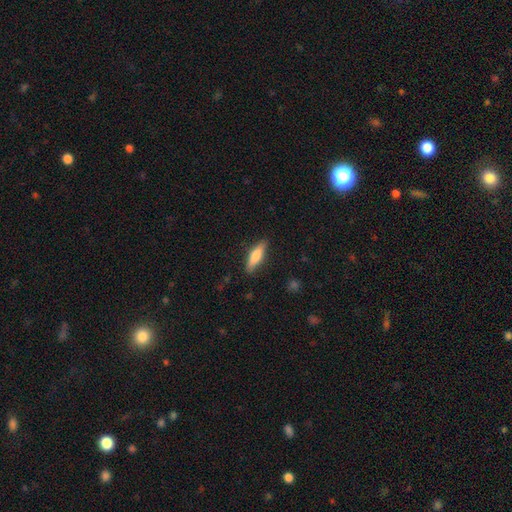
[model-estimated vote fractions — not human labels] smooth-or-featured: smooth: 69% | featured or disk: 25% | star or artifact: 6%
  how-rounded: cigar-shaped: 61% | in between: 37% | round: 2%
  merging: none: 85% | minor disturbance: 12% | major disturbance: 2% | merger: 1%